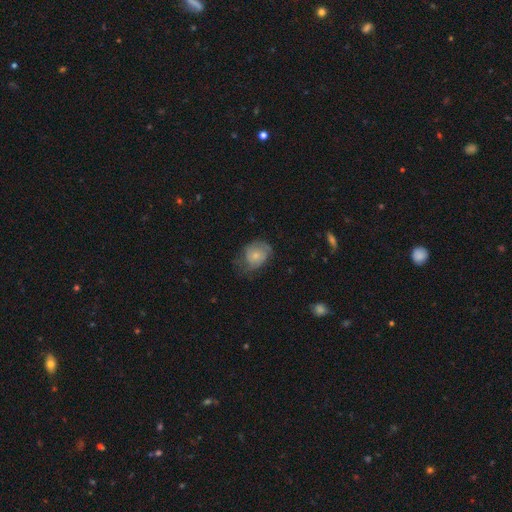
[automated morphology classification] type=smooth (57%); roundness=in between (51%); merging=none (43%).